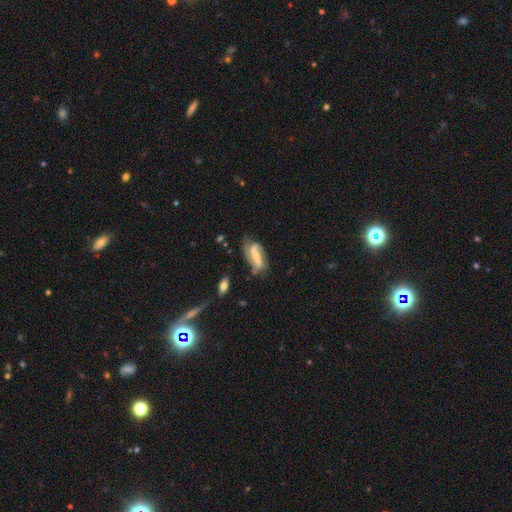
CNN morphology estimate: A featured or disk galaxy (73%) with a strong bar (47%), 2 (76%) loose (44%) spiral arms (89%) and a small central bulge (44%). Merging: none (59%).